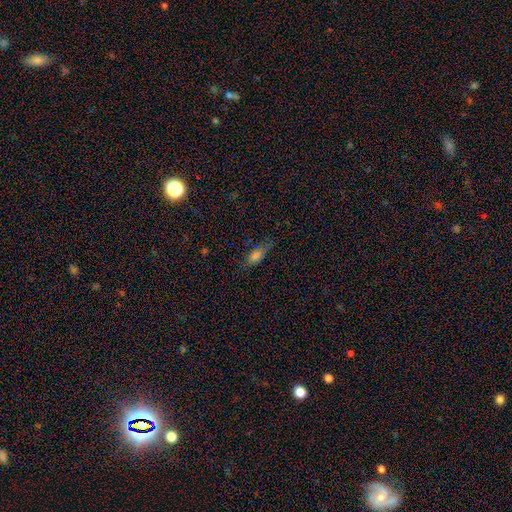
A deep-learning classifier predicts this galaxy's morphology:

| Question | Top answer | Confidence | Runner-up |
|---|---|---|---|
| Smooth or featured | smooth | 69% | featured or disk (17%) |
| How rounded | in between | 69% | cigar-shaped (27%) |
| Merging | none | 63% | minor disturbance (26%) |